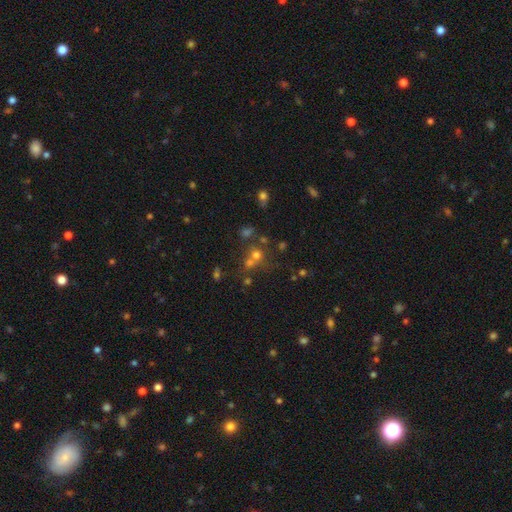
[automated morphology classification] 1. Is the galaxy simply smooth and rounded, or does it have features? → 52% smooth, 33% star or artifact, 16% featured or disk.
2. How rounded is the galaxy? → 83% round, 16% in between, 1% cigar-shaped.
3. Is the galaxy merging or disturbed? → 51% none, 35% merger, 9% minor disturbance, 5% major disturbance.